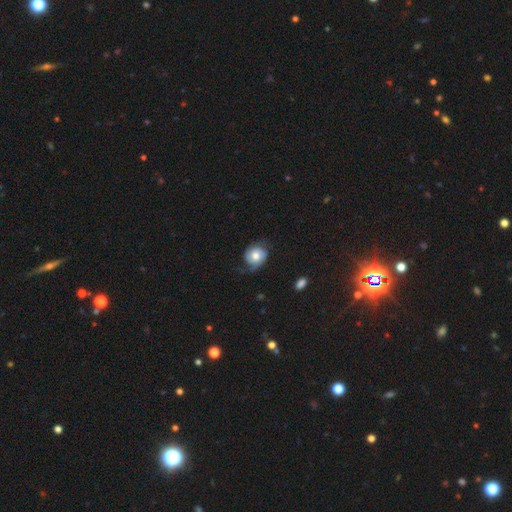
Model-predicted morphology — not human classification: smooth-or-featured: featured or disk: 58% | smooth: 35% | star or artifact: 7%
  disk-edge-on: no: 97% | yes: 3%
    bar: no: 77% | weak: 19% | strong: 4%
    has-spiral-arms: yes: 89% | no: 11%
      spiral-winding: medium: 36% | loose: 33% | tight: 31%
      spiral-arm-count: 2: 70% | 1: 20% | can't tell: 7% | 3: 2% | 4: 1% | more than 4: 1%
    bulge-size: moderate: 65% | large: 16% | small: 14% | dominant: 3% | none: 2%
  merging: none: 57% | minor disturbance: 24% | major disturbance: 18% | merger: 2%